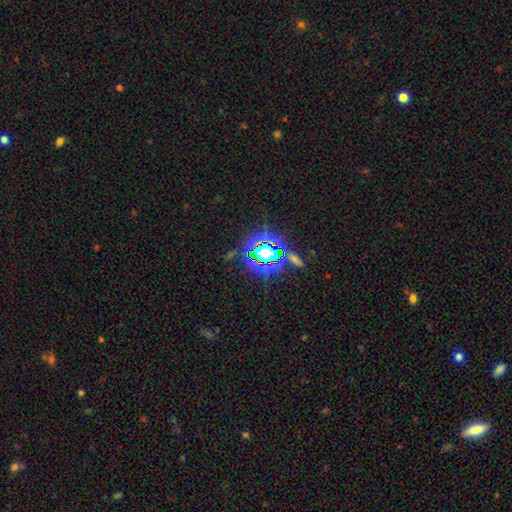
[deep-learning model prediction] A star or artifact, not a galaxy (82%).